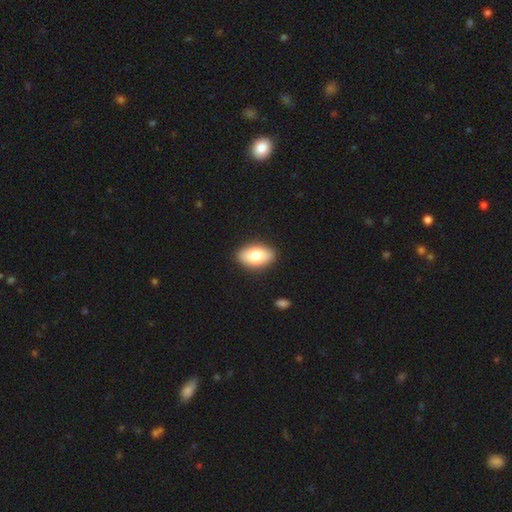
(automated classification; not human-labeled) Morphology: type=smooth (76%); roundness=in between (91%); merging=none (89%).